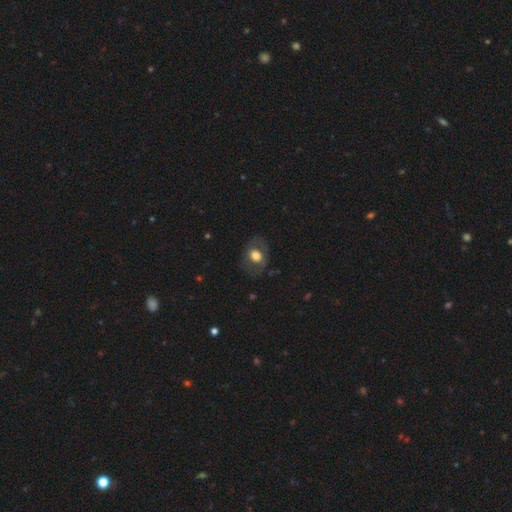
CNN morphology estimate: smooth_or_featured: smooth (p=0.61) [alt: featured or disk p=0.31]
how_rounded: in between (p=0.54) [alt: round p=0.45]
merging: none (p=0.76) [alt: minor disturbance p=0.15]